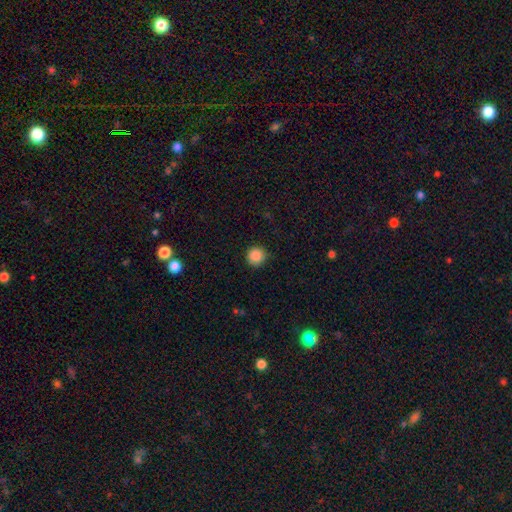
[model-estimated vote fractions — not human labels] This appears to be a smooth galaxy with no disk features (88%) that is round (95%). Merging: none (89%).